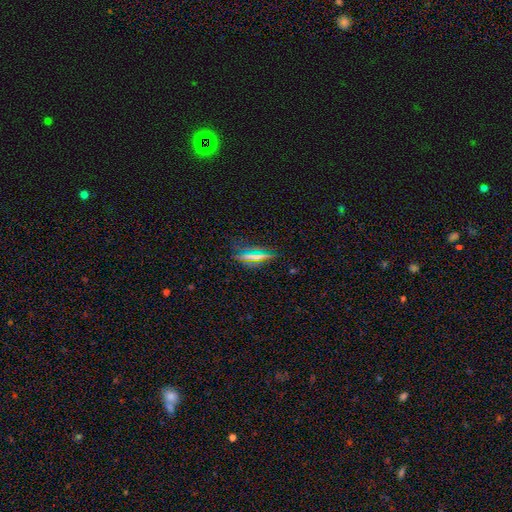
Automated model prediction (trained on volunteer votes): smooth_or_featured: smooth (p=0.50) [alt: featured or disk p=0.27]
how_rounded: in between (p=0.55) [alt: cigar-shaped p=0.34]
merging: none (p=0.79) [alt: minor disturbance p=0.14]